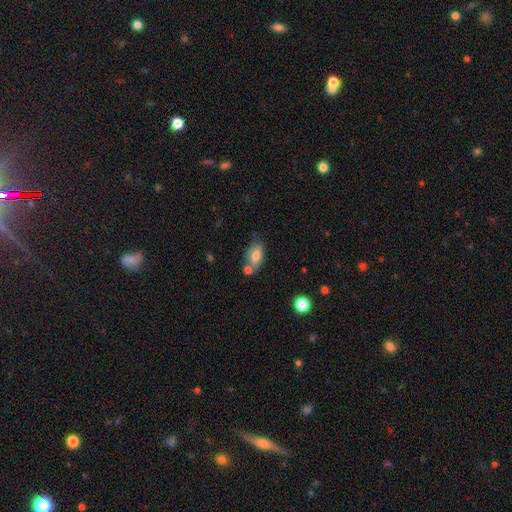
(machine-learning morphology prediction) smooth-or-featured: smooth: 73% | featured or disk: 19% | star or artifact: 8%
  how-rounded: in between: 88% | round: 7% | cigar-shaped: 5%
  merging: none: 48% | merger: 30% | minor disturbance: 17% | major disturbance: 5%